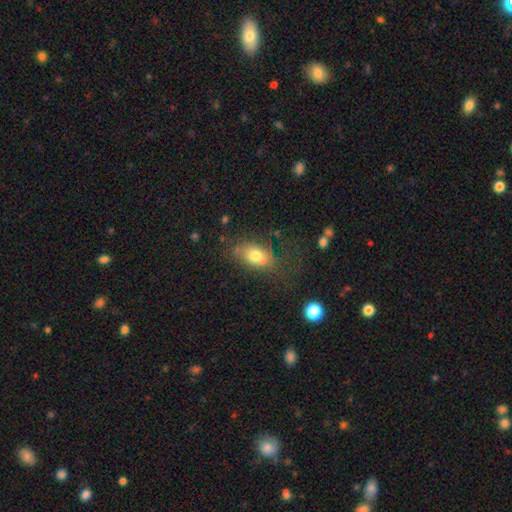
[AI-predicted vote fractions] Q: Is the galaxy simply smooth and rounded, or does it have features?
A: smooth — 73%.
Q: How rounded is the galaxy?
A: in between — 86%.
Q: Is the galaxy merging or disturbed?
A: none — 59%.